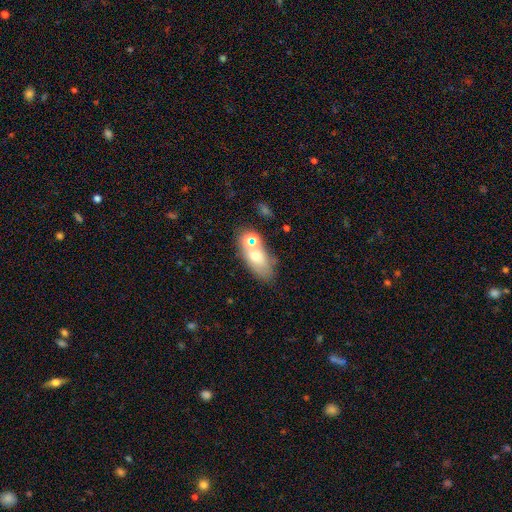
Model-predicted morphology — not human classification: smooth 62%, featured or disk 23%, star or artifact 15%. Down the decision tree: how rounded — in between (79%); merging — none (56%).